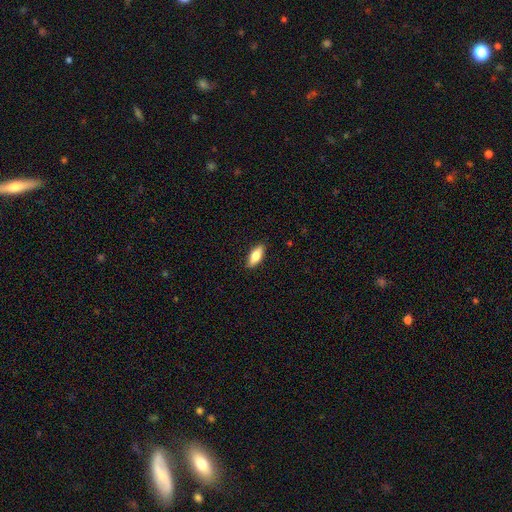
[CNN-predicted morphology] This is likely a smooth galaxy (78%). How rounded: likely in between (74%). Merging: clearly none (88%).